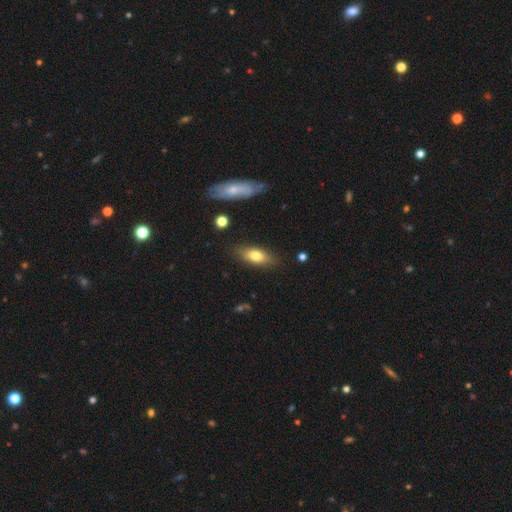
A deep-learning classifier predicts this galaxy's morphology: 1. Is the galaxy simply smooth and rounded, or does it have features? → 71% smooth, 22% featured or disk, 7% star or artifact.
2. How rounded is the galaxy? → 74% in between, 22% cigar-shaped, 4% round.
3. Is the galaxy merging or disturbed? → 81% none, 14% minor disturbance, 3% major disturbance, 2% merger.